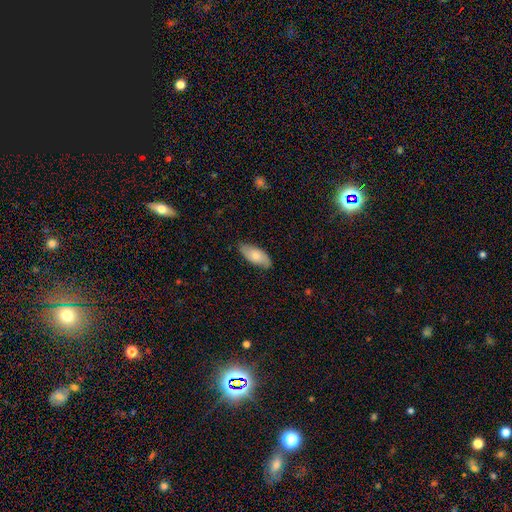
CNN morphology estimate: type=smooth (64%); roundness=in between (86%); merging=none (80%).